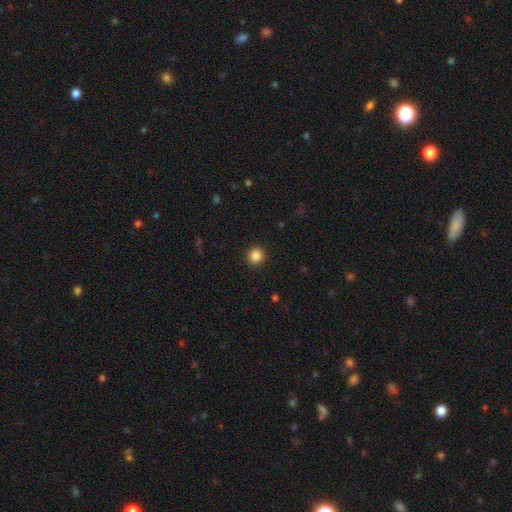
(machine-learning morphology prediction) Overall: smooth (86%). How rounded: round (91%). Merging: none (92%).